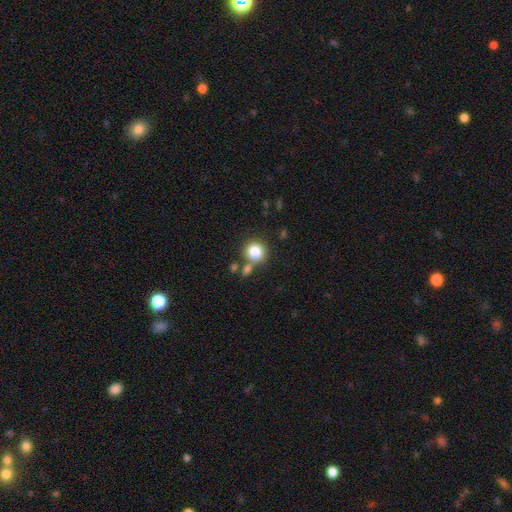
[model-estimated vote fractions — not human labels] Smooth or featured?
  - smooth: 73% *
  - star or artifact: 19%
  - featured or disk: 7%
How rounded?
  - round: 92% *
  - in between: 7%
  - cigar-shaped: 1%
Merging?
  - none: 75% *
  - merger: 14%
  - minor disturbance: 8%
  - major disturbance: 3%